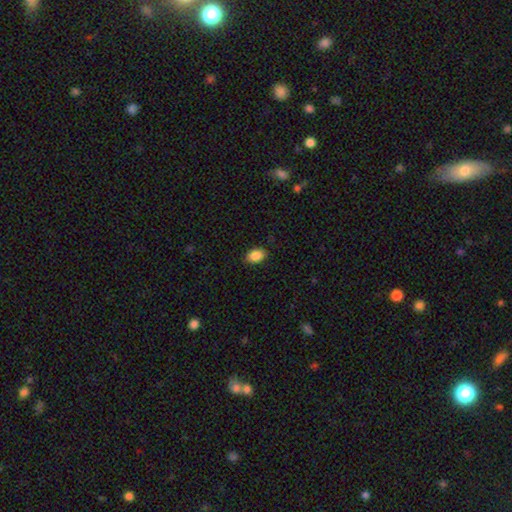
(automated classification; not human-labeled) Smooth or featured: smooth — 87% (star or artifact — 8%)
How rounded: in between — 78% (round — 21%)
Merging: none — 88% (minor disturbance — 9%)